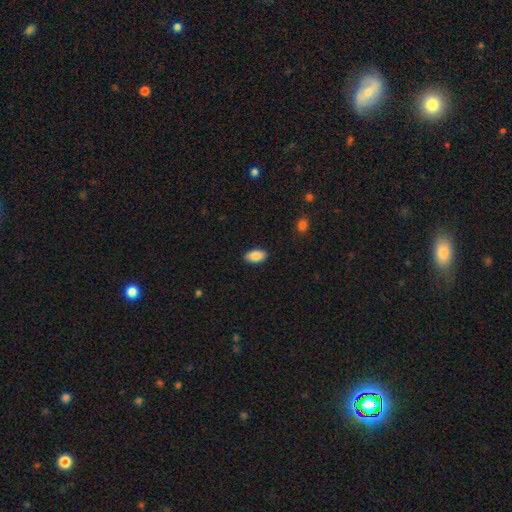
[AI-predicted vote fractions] smooth 88%, star or artifact 7%, featured or disk 5%. Down the decision tree: how rounded — in between (94%); merging — none (89%).